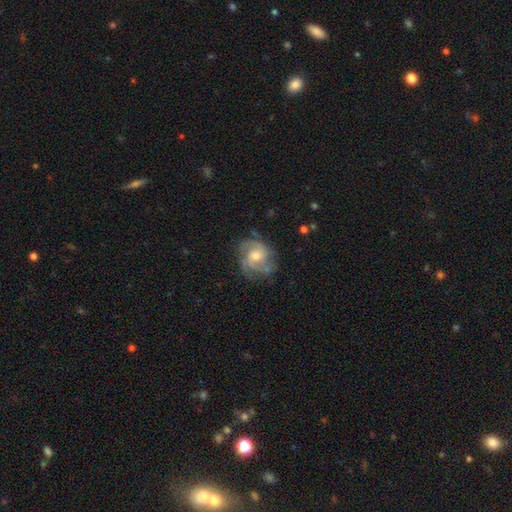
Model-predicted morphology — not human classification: featured or disk 80%, smooth 14%, star or artifact 6%. Down the decision tree: edge-on disk — no (98%); bar — no (68%); spiral arms — yes (94%); spiral arm count — 3 (38%); spiral winding — medium (47%); bulge size — moderate (58%); merging — none (69%).